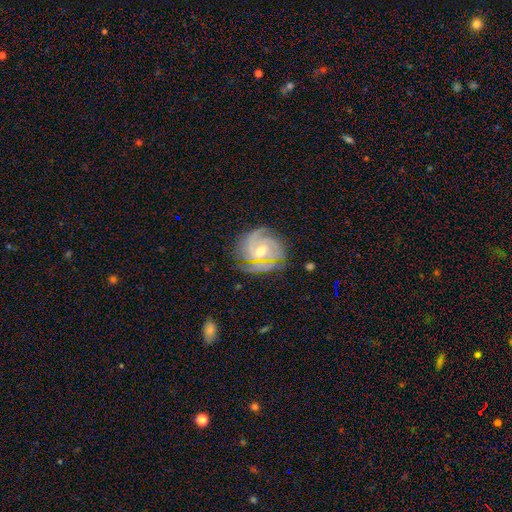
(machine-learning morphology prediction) type=featured or disk (81%); edge-on=no (96%); bar=no (49%); spiral arms=yes (95%); winding=tight (65%); arm count=3 (32%); bulge=moderate (66%); merging=none (75%).